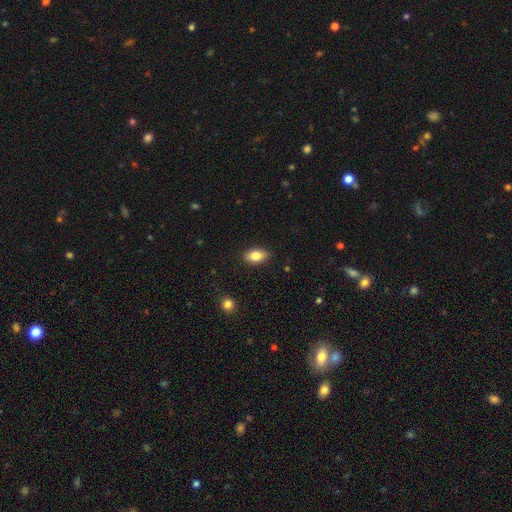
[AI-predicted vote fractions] Smooth or featured?
  - smooth: 83% *
  - featured or disk: 9%
  - star or artifact: 8%
How rounded?
  - in between: 90% *
  - round: 6%
  - cigar-shaped: 4%
Merging?
  - none: 88% *
  - minor disturbance: 9%
  - major disturbance: 2%
  - merger: 1%